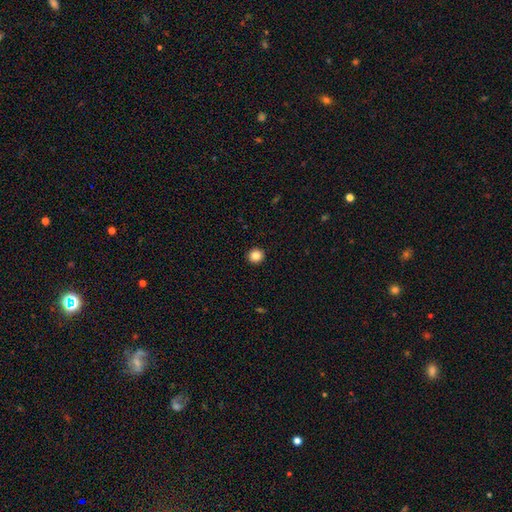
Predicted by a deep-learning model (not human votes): A smooth galaxy with no disk features (85%) that is round (93%).

Vote fractions:
- Smooth or featured? smooth: 85% / star or artifact: 10% / featured or disk: 5%
- How rounded? round: 93% / in between: 6% / cigar-shaped: 1%
- Merging? none: 93% / minor disturbance: 4% / major disturbance: 1% / merger: 1%